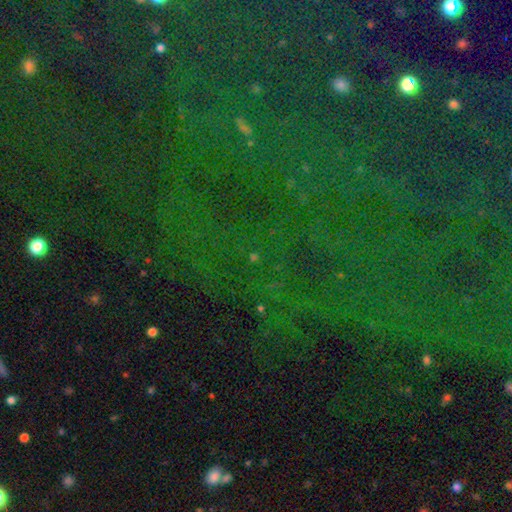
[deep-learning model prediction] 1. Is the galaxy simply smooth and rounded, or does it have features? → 84% star or artifact, 9% smooth, 7% featured or disk.